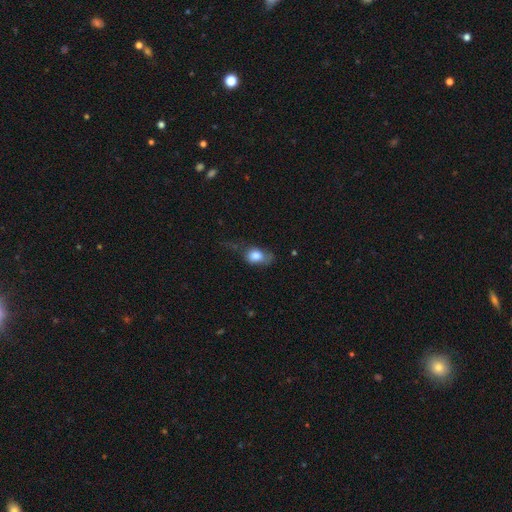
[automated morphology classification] Smooth or featured?
  - smooth: 78% *
  - featured or disk: 14%
  - star or artifact: 8%
How rounded?
  - in between: 71% *
  - round: 26%
  - cigar-shaped: 3%
Merging?
  - none: 34% *
  - minor disturbance: 32%
  - major disturbance: 31%
  - merger: 3%